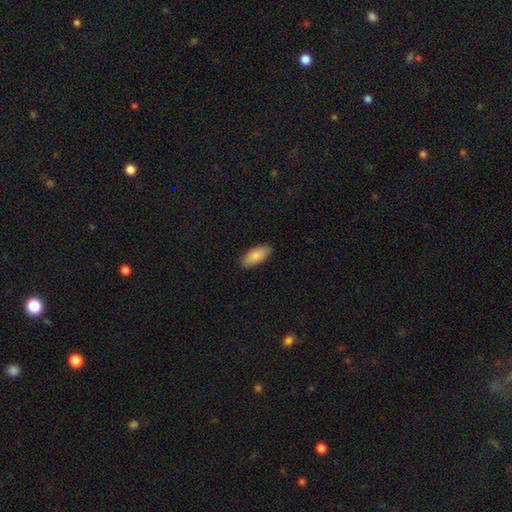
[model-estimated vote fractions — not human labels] smooth_or_featured: smooth (p=0.86) [alt: featured or disk p=0.08]
how_rounded: in between (p=0.89) [alt: cigar-shaped p=0.10]
merging: none (p=0.89) [alt: minor disturbance p=0.08]